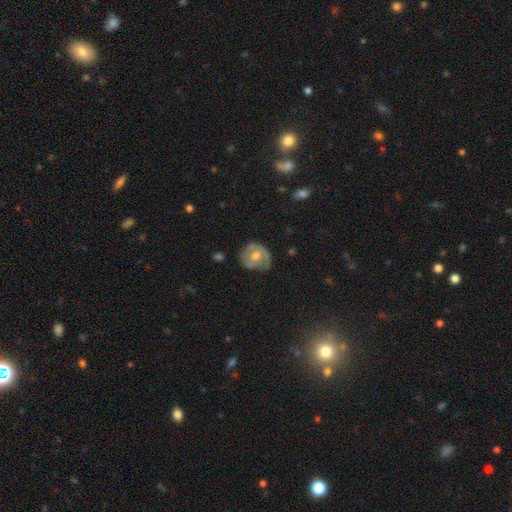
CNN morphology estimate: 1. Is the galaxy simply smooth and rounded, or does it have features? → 50% featured or disk, 42% smooth, 8% star or artifact.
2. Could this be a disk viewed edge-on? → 96% no, 4% yes.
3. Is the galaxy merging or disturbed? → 61% none, 28% minor disturbance, 10% major disturbance, 2% merger.